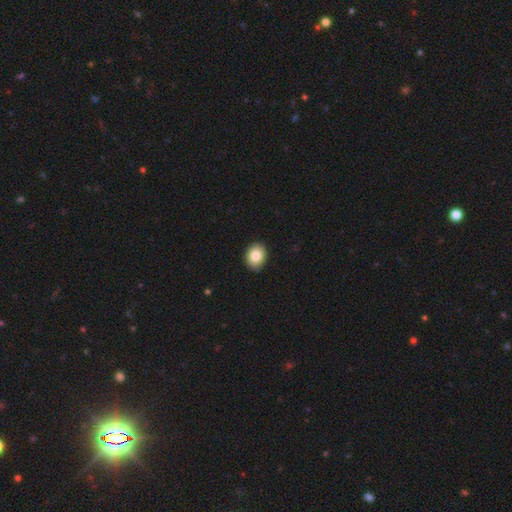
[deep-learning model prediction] A smooth galaxy with no disk features (84%) that is in between round and cigar-shaped (51%). Merging: none (88%).